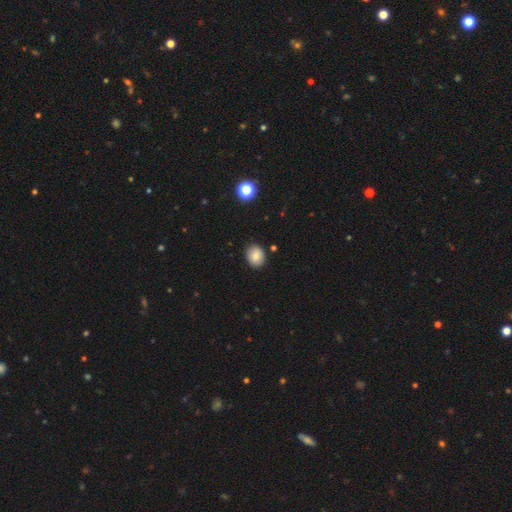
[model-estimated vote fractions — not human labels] Smooth or featured? Predicted: smooth (p=0.84). How rounded? Predicted: round (p=0.50). Merging? Predicted: none (p=0.87).